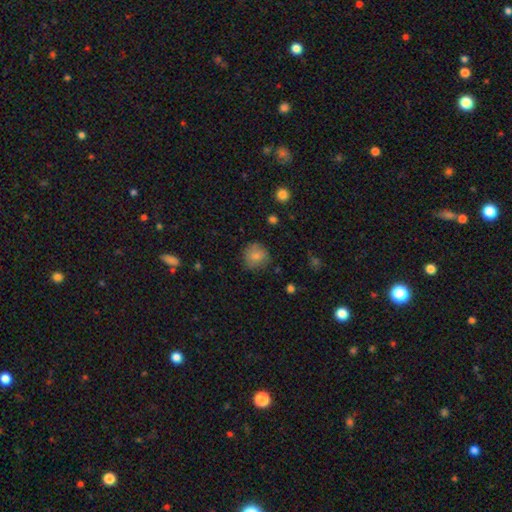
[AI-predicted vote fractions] Smooth or featured? Predicted: smooth (p=0.78). How rounded? Predicted: round (p=0.88). Merging? Predicted: none (p=0.77).